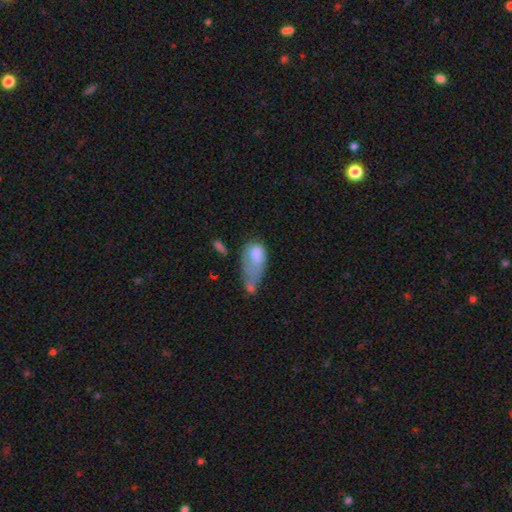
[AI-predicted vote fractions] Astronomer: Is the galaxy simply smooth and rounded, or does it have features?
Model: smooth — 66%.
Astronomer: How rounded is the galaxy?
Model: in between — 88%.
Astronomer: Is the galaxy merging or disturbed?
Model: major disturbance — 47% (runner-up: minor disturbance, 23%).